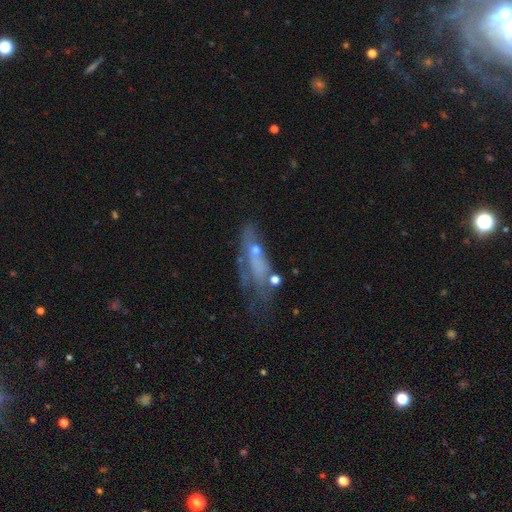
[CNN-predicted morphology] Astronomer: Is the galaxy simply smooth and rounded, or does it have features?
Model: featured or disk — 51% (runner-up: smooth, 36%).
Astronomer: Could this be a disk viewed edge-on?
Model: no — 79%.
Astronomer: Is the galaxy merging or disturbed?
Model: major disturbance — 40% (runner-up: none, 27%).